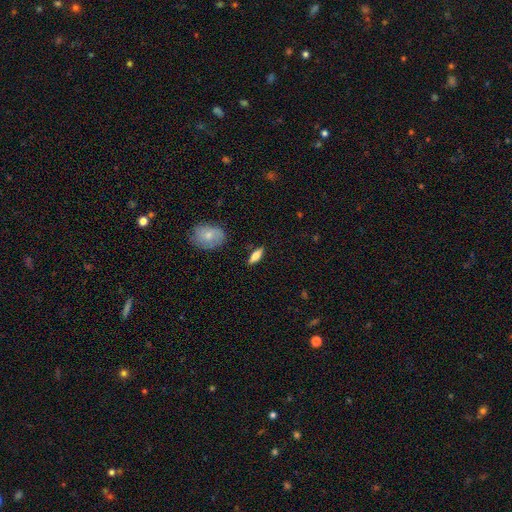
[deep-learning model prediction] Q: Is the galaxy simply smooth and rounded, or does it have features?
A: smooth — 61%.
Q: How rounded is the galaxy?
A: in between — 56%.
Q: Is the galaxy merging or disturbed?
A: none — 85%.